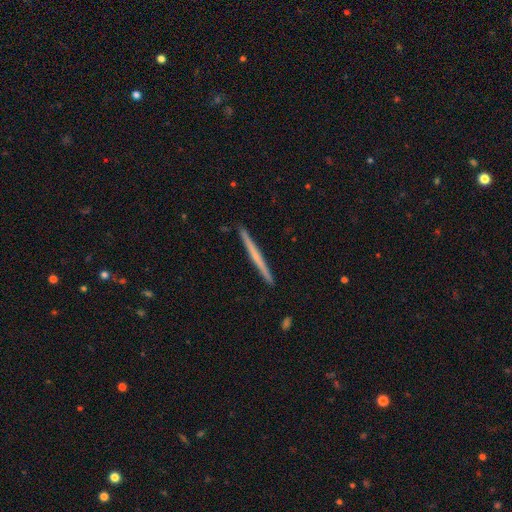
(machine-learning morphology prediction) featured or disk 53%, smooth 42%, star or artifact 5%. Down the decision tree: edge-on disk — yes (98%); edge-on bulge — none (81%); merging — none (93%).